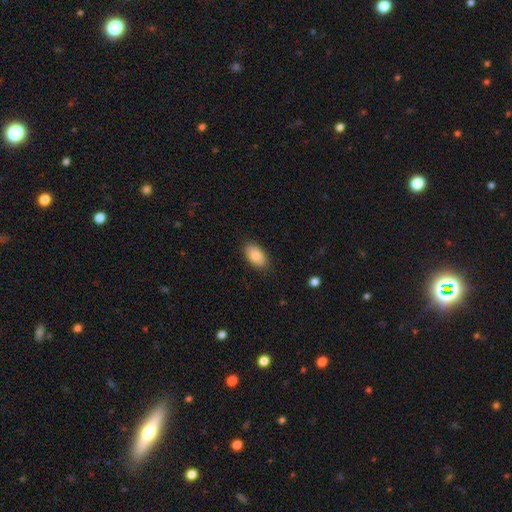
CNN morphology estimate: Smooth or featured: smooth — 85% (featured or disk — 9%)
How rounded: in between — 93% (round — 5%)
Merging: none — 85% (minor disturbance — 12%)